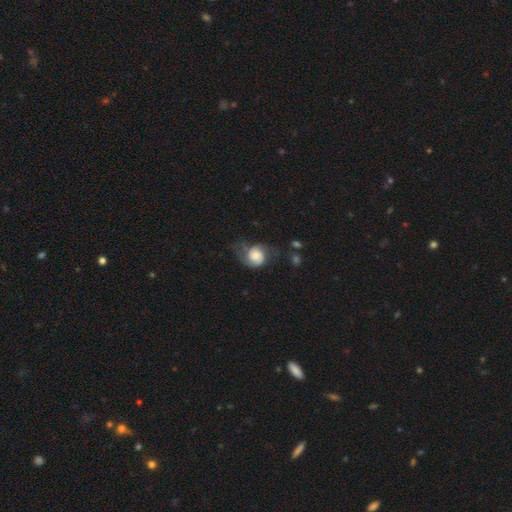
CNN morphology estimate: This appears to be a smooth galaxy with no disk features (49%). Merging: none (39%).